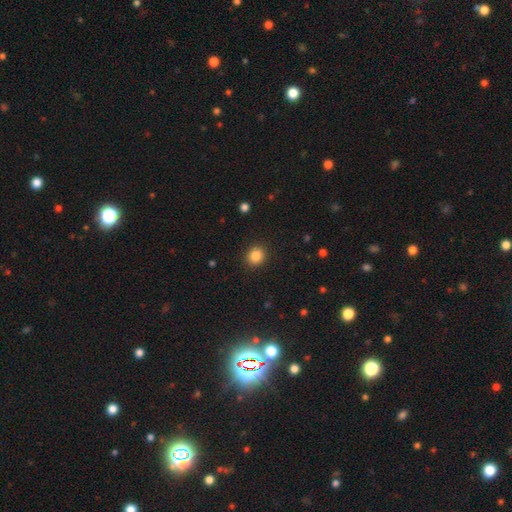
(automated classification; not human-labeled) Q: Smooth or featured?
A: smooth (86%); runner-up: star or artifact (10%)
Q: How rounded?
A: round (81%); runner-up: in between (18%)
Q: Merging?
A: none (90%); runner-up: minor disturbance (6%)